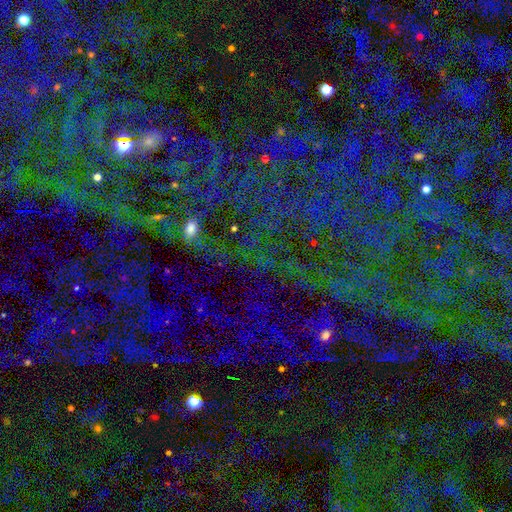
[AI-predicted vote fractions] Smooth or featured: star or artifact — 80% (smooth — 12%)